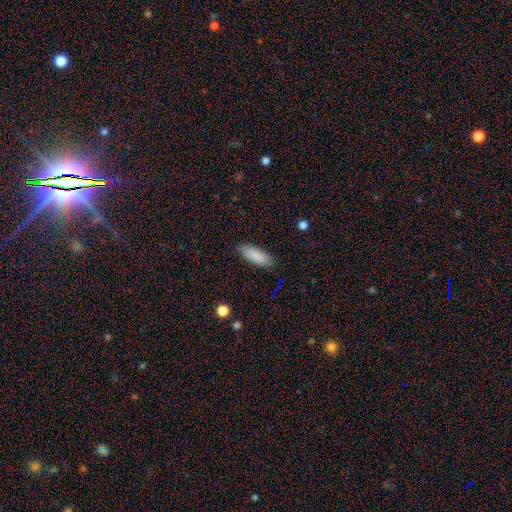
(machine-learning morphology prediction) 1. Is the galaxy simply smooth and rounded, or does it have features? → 88% smooth, 7% star or artifact, 6% featured or disk.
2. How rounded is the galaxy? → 69% in between, 29% cigar-shaped, 2% round.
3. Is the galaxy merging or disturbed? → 86% none, 10% minor disturbance, 2% major disturbance, 1% merger.